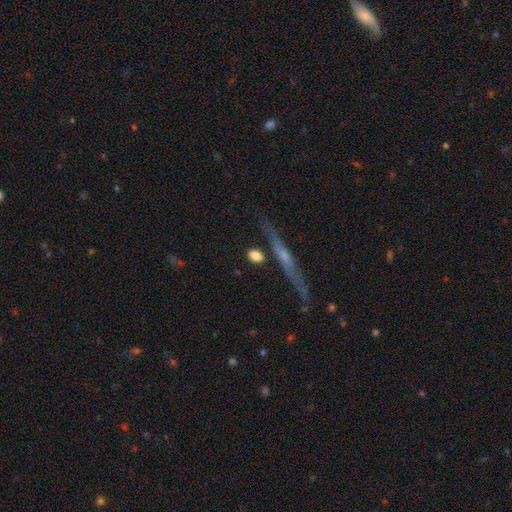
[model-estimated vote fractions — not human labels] Overall: smooth (79%). How rounded: in between (48%; round 41%). Merging: none (74%).